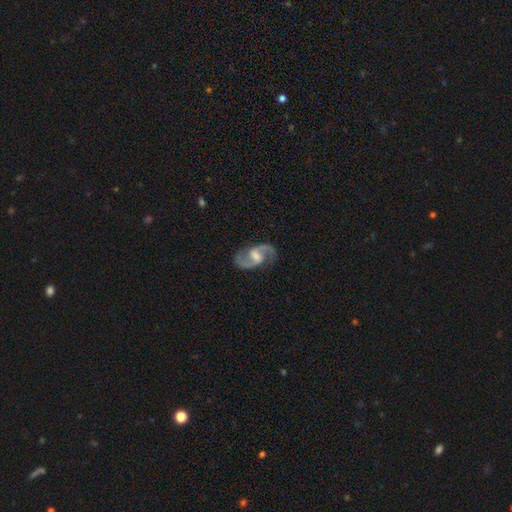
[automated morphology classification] The model was most divided on "bulge size": moderate: 47%, small: 26%, none: 14%, large: 11%, dominant: 1%. More confident: spiral arms — yes (98%); edge-on disk — no (98%); spiral arm count — 2 (94%); smooth or featured — featured or disk (91%); merging — none (84%); spiral winding — medium (58%); bar — weak (56%).